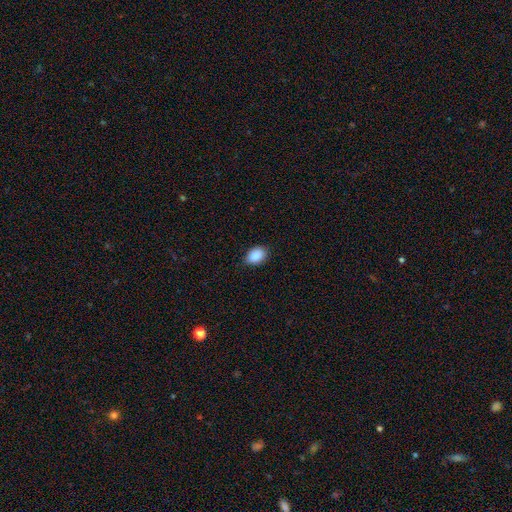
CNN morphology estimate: Smooth or featured? Predicted: smooth (p=0.89). How rounded? Predicted: in between (p=0.79). Merging? Predicted: none (p=0.83).